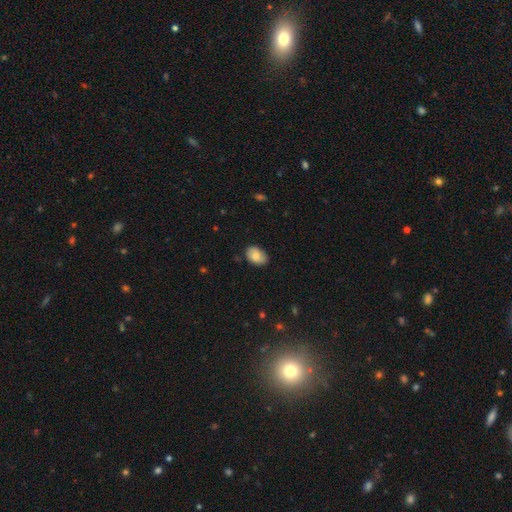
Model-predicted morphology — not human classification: Smooth or featured? Predicted: smooth (p=0.79). How rounded? Predicted: in between (p=0.86). Merging? Predicted: none (p=0.79).